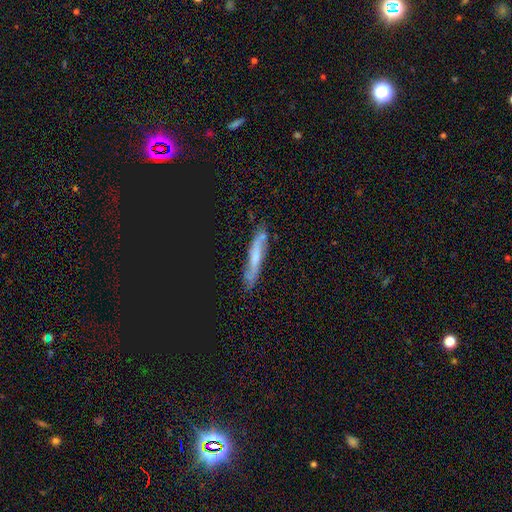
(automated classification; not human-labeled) smooth-or-featured: featured or disk: 56% | smooth: 31% | star or artifact: 13%
  disk-edge-on: yes: 58% | no: 42%
  merging: none: 78% | minor disturbance: 17% | major disturbance: 4% | merger: 2%